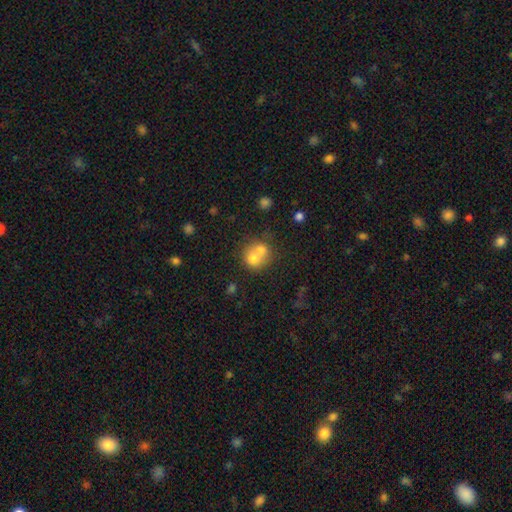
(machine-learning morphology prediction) smooth 69%, featured or disk 21%, star or artifact 10%. Down the decision tree: how rounded — round (75%); merging — merger (63%).